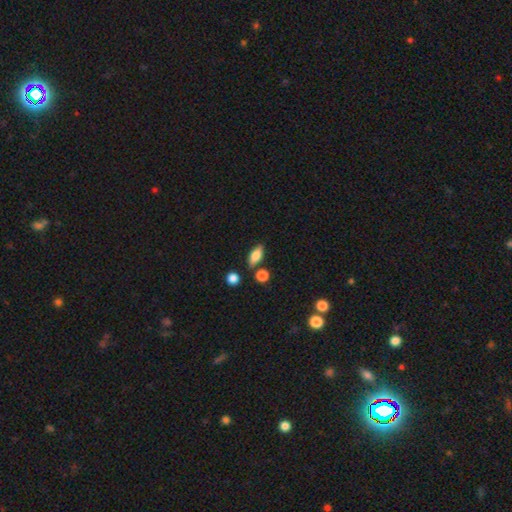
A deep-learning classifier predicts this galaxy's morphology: Q: Smooth or featured?
A: smooth (74%); runner-up: featured or disk (18%)
Q: How rounded?
A: in between (77%); runner-up: cigar-shaped (17%)
Q: Merging?
A: none (78%); runner-up: minor disturbance (12%)